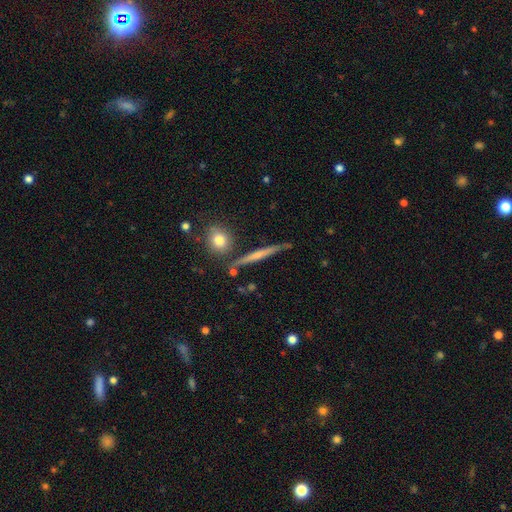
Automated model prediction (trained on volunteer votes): Morphology: type=featured or disk (57%); edge-on=yes (96%); edge-on bulge=none (59%); merging=none (83%).